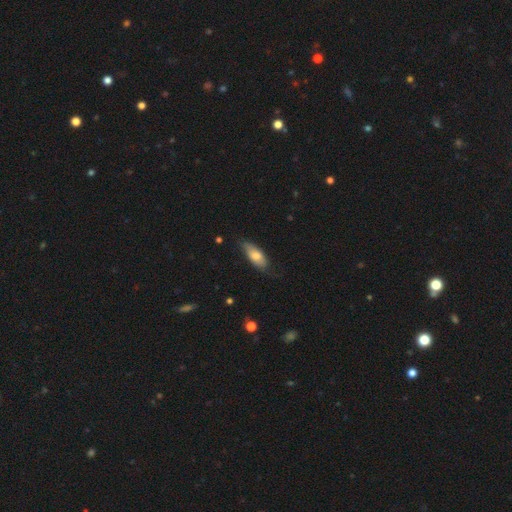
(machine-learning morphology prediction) This appears to be a smooth galaxy with no disk features (73%) that is in between round and cigar-shaped (79%). Merging: none (65%).